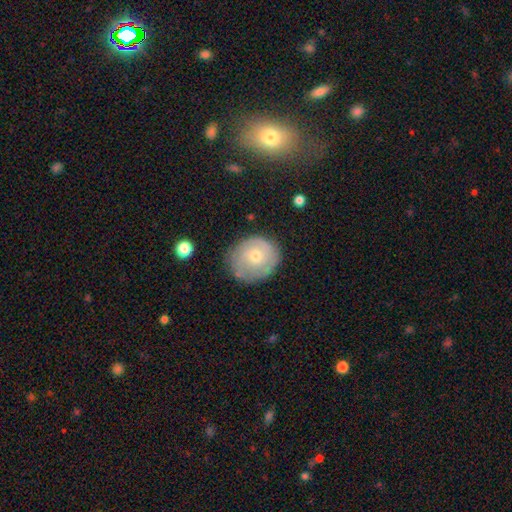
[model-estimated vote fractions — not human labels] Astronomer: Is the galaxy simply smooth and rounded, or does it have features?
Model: featured or disk — 51% (runner-up: smooth, 42%).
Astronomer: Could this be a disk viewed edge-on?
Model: no — 96%.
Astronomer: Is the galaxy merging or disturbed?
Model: none — 74%.